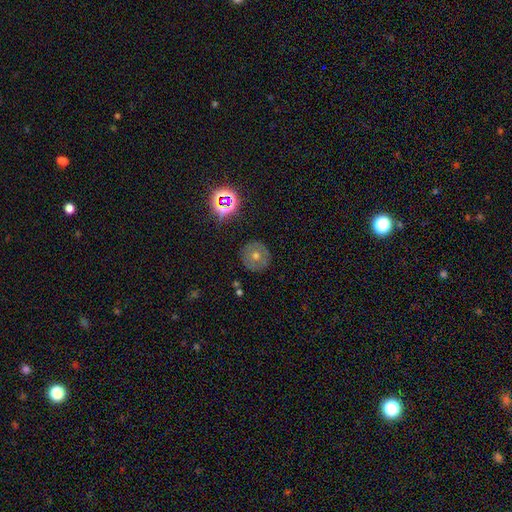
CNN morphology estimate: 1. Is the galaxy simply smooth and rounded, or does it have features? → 47% smooth, 32% featured or disk, 21% star or artifact.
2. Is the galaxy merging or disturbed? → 87% none, 9% minor disturbance, 3% major disturbance, 1% merger.